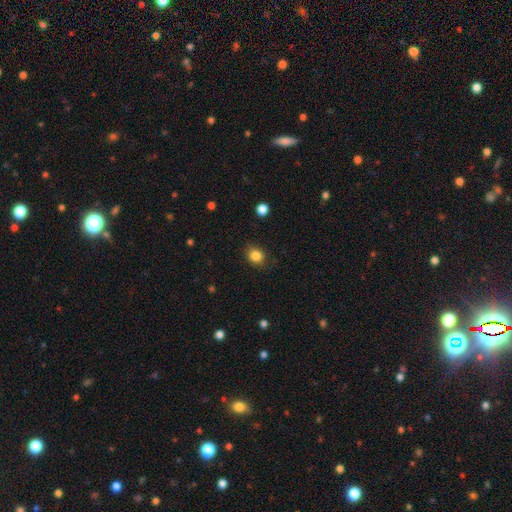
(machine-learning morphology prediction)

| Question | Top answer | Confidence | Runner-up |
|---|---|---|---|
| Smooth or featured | smooth | 85% | star or artifact (11%) |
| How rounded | round | 72% | in between (27%) |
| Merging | none | 84% | minor disturbance (12%) |